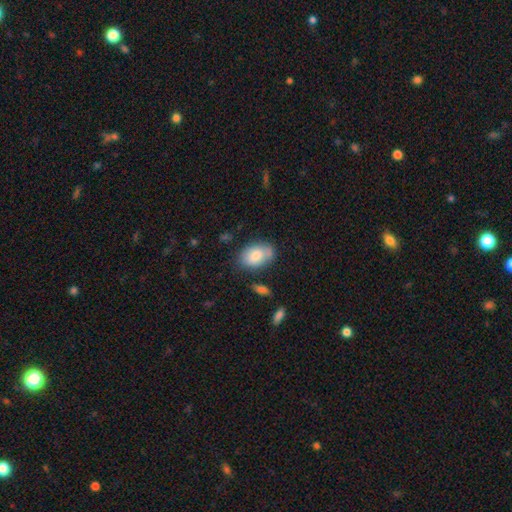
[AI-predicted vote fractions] A smooth galaxy with no disk features (79%) that is in between round and cigar-shaped (88%).

Vote fractions:
- Smooth or featured? smooth: 79% / featured or disk: 14% / star or artifact: 7%
- How rounded? in between: 88% / round: 11% / cigar-shaped: 1%
- Merging? none: 67% / minor disturbance: 21% / merger: 7% / major disturbance: 5%